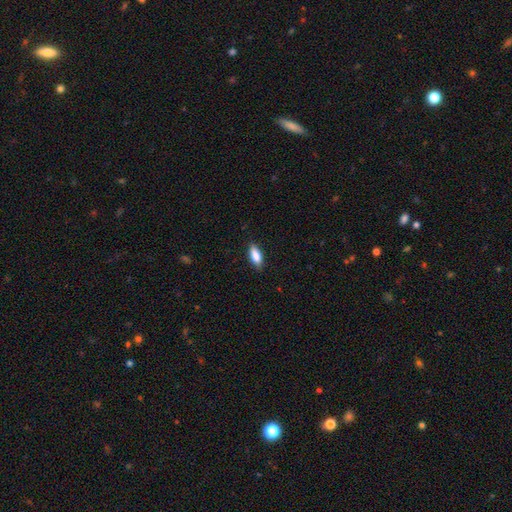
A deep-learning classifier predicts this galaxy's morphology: type=smooth (83%); roundness=in between (75%); merging=none (84%).